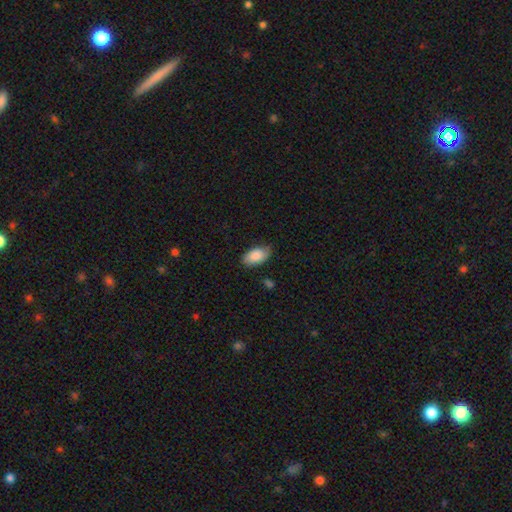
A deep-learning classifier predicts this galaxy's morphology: smooth-or-featured: smooth: 86% | featured or disk: 7% | star or artifact: 6%
  how-rounded: in between: 94% | round: 3% | cigar-shaped: 2%
  merging: none: 74% | minor disturbance: 21% | major disturbance: 4% | merger: 2%